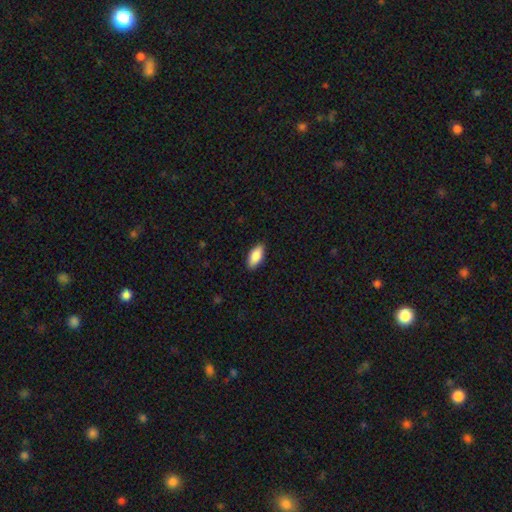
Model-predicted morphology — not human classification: Smooth or featured? Predicted: smooth (p=0.87). How rounded? Predicted: in between (p=0.85). Merging? Predicted: none (p=0.89).